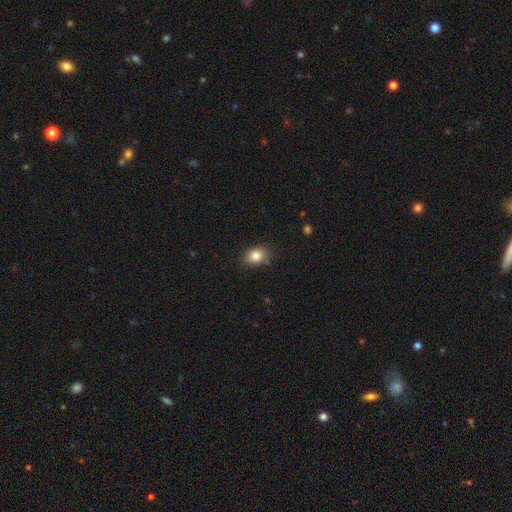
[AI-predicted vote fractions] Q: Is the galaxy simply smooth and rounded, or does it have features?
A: smooth — 84%.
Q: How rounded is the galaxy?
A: in between — 63%.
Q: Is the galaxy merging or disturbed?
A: none — 82%.